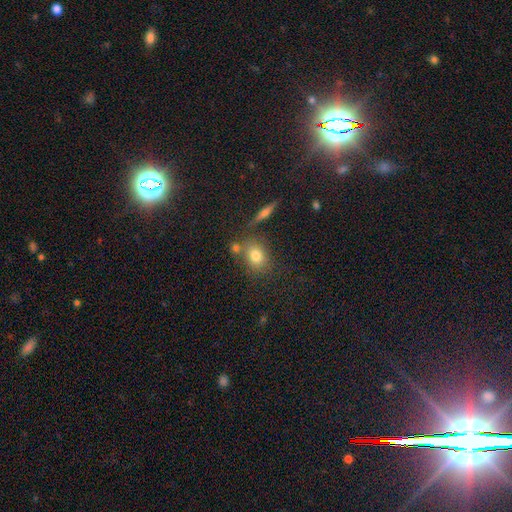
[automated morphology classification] This is likely a smooth galaxy (75%). How rounded: possibly round (51%). Merging: likely none (67%).